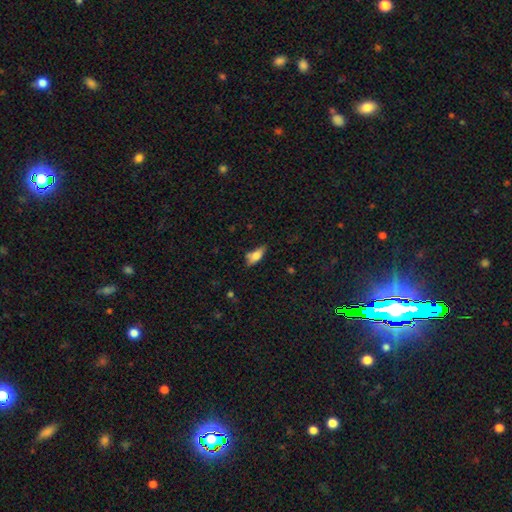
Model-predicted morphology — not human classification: Smooth or featured?
  - smooth: 75% *
  - featured or disk: 18%
  - star or artifact: 8%
How rounded?
  - in between: 76% *
  - cigar-shaped: 21%
  - round: 3%
Merging?
  - none: 60% *
  - minor disturbance: 28%
  - major disturbance: 7%
  - merger: 5%